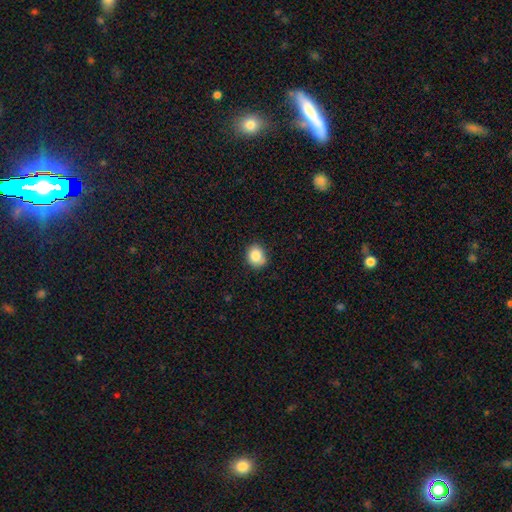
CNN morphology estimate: This is clearly a smooth galaxy (85%). How rounded: likely round (65%). Merging: likely none (76%).